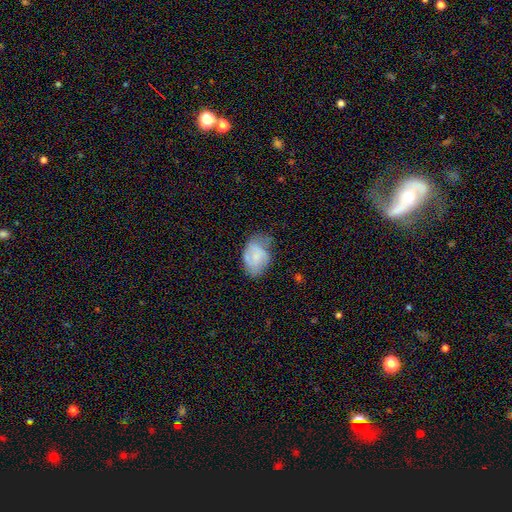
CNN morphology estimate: smooth_or_featured: smooth (p=0.59) [alt: featured or disk p=0.33]
how_rounded: in between (p=0.75) [alt: round p=0.24]
merging: none (p=0.40) [alt: minor disturbance p=0.39]